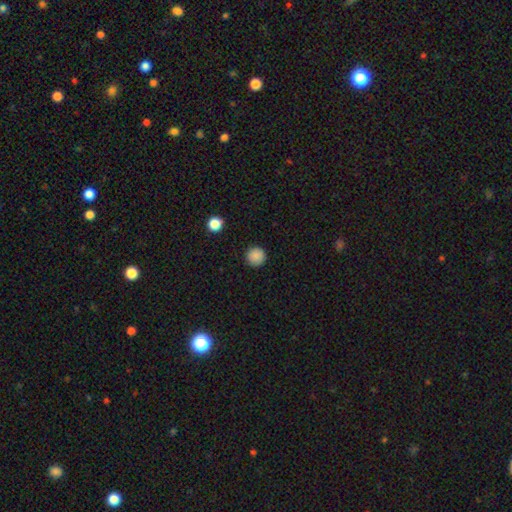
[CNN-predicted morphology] This appears to be a smooth galaxy with no disk features (87%) that is round (96%). Merging: none (92%).